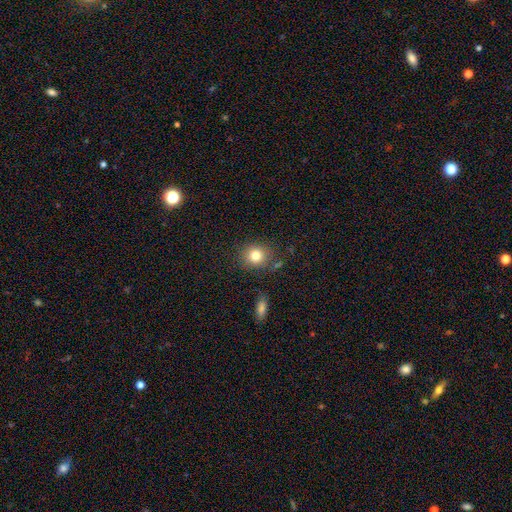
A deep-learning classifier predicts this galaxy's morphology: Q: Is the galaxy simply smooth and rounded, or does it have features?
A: smooth — 81%.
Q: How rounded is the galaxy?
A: round — 81%.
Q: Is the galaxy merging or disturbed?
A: none — 81%.